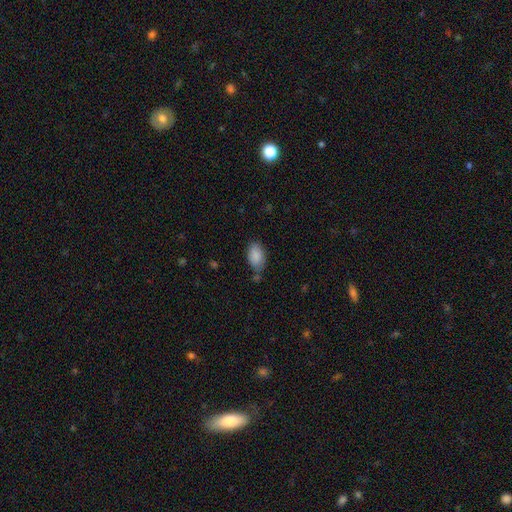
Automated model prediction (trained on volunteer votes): The model was most divided on "merging": none: 67%, minor disturbance: 22%, merger: 6%, major disturbance: 5%. More confident: how rounded — in between (92%); smooth or featured — smooth (88%).